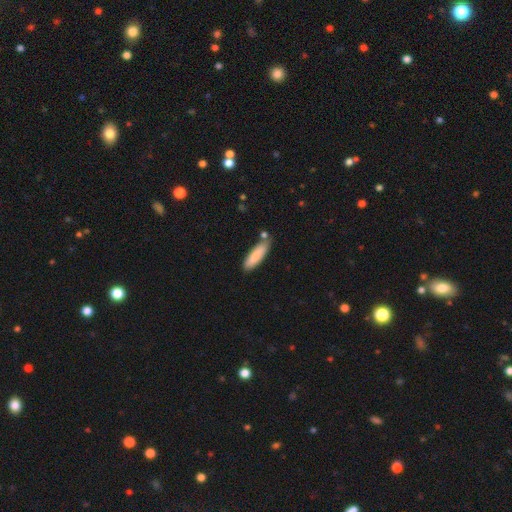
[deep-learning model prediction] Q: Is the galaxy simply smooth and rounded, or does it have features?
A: smooth — 82%.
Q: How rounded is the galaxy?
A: cigar-shaped — 63%.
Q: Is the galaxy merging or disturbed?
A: none — 74%.